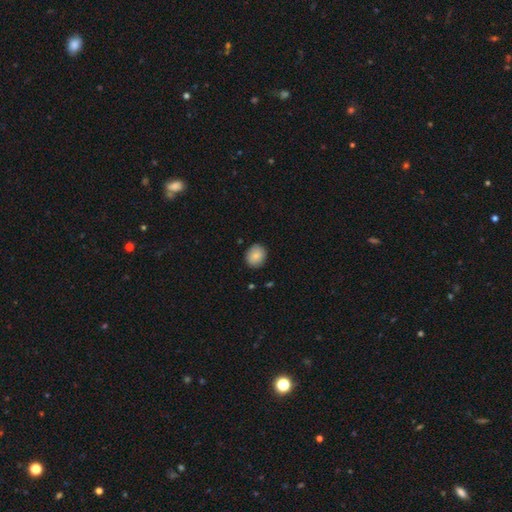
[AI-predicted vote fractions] smooth_or_featured: smooth (p=0.87) [alt: star or artifact p=0.08]
how_rounded: round (p=0.68) [alt: in between p=0.31]
merging: none (p=0.88) [alt: minor disturbance p=0.09]